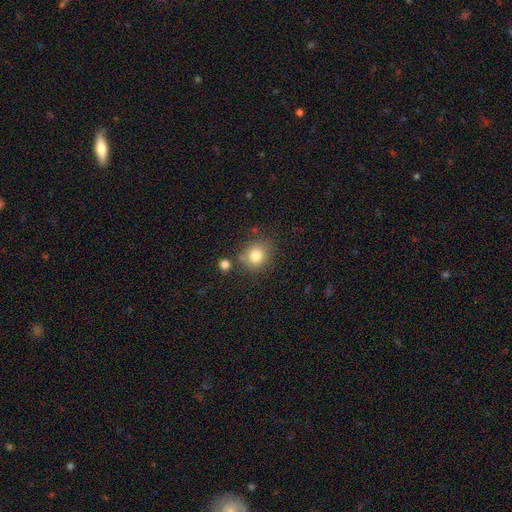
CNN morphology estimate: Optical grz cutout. It shows a smooth galaxy with no disk features (81%) that is round (83%). Merging: none (74%).